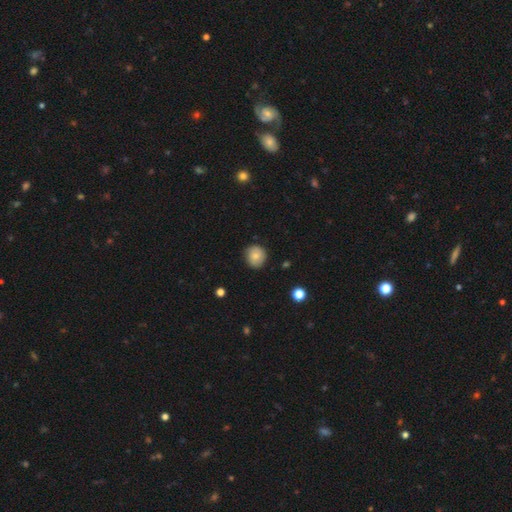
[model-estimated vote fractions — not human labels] The model was most divided on "smooth or featured": smooth: 80%, featured or disk: 12%, star or artifact: 9%. More confident: how rounded — round (87%); merging — none (85%).